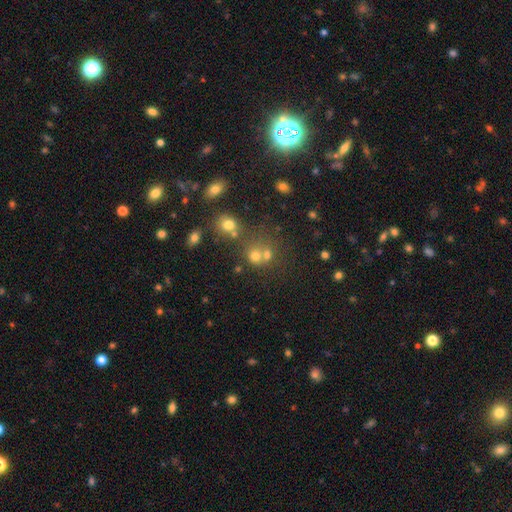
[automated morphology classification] Smooth or featured: smooth — 65% (star or artifact — 21%)
How rounded: round — 79% (in between — 20%)
Merging: none — 46% (merger — 40%)